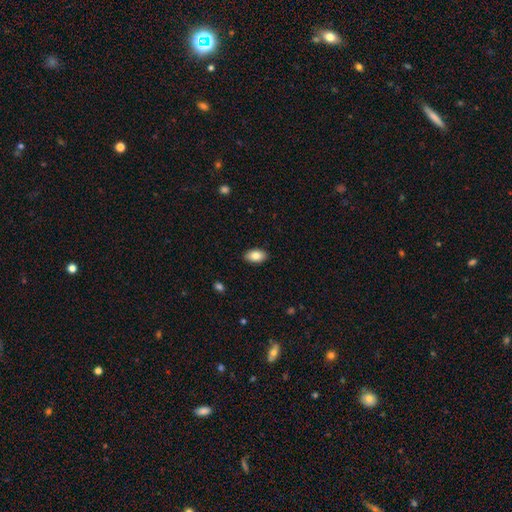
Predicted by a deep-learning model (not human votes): Smooth or featured? Predicted: smooth (p=0.84). How rounded? Predicted: in between (p=0.92). Merging? Predicted: none (p=0.89).